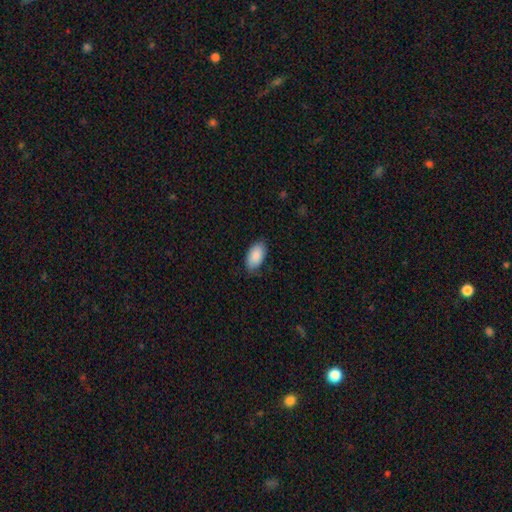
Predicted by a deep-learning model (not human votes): This is clearly a smooth galaxy (89%). How rounded: clearly in between (95%). Merging: clearly none (80%).